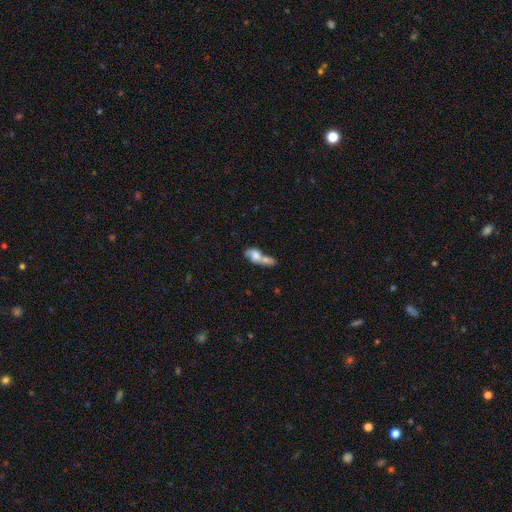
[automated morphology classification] This appears to be a smooth galaxy with no disk features (58%) that is in between round and cigar-shaped (69%). Merging: merger (72%).